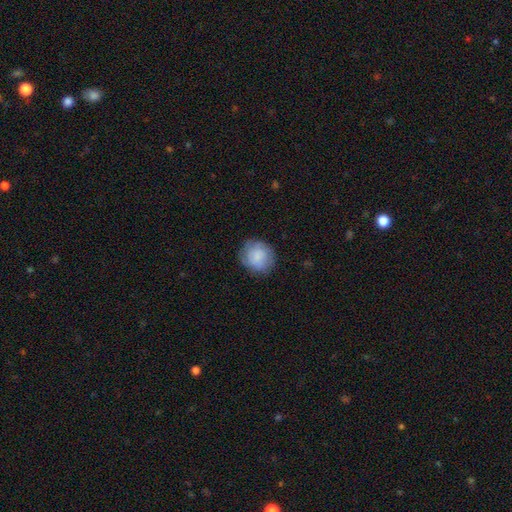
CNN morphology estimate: smooth_or_featured: smooth (p=0.75) [alt: featured or disk p=0.17]
how_rounded: round (p=0.84) [alt: in between p=0.15]
merging: none (p=0.79) [alt: minor disturbance p=0.15]